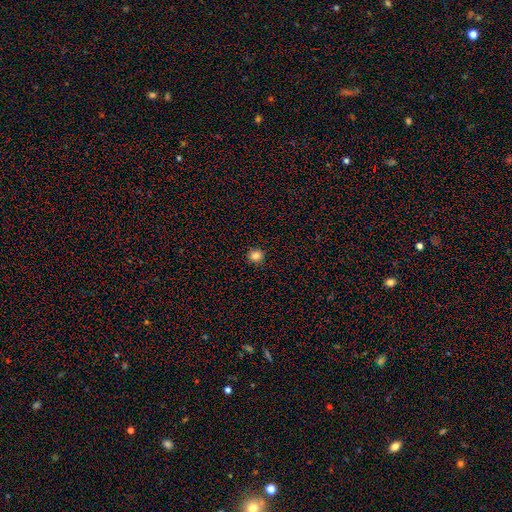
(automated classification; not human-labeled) A smooth galaxy with no disk features (84%) that is round (84%).

Vote fractions:
- Smooth or featured? smooth: 84% / star or artifact: 12% / featured or disk: 4%
- How rounded? round: 84% / in between: 15% / cigar-shaped: 1%
- Merging? none: 91% / minor disturbance: 6% / major disturbance: 2% / merger: 1%